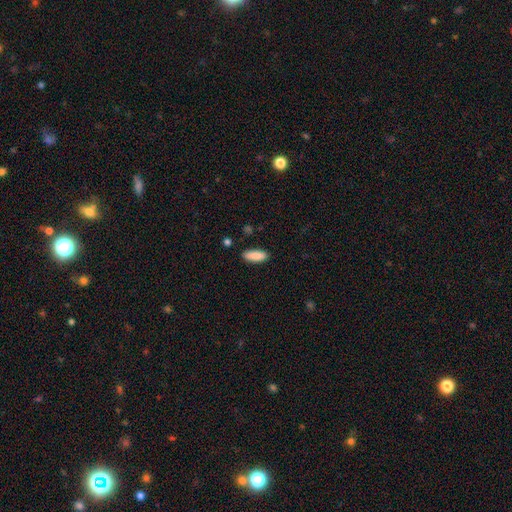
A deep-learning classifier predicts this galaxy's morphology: This appears to be a smooth galaxy with no disk features (89%) that is in between round and cigar-shaped (66%). Merging: none (86%).